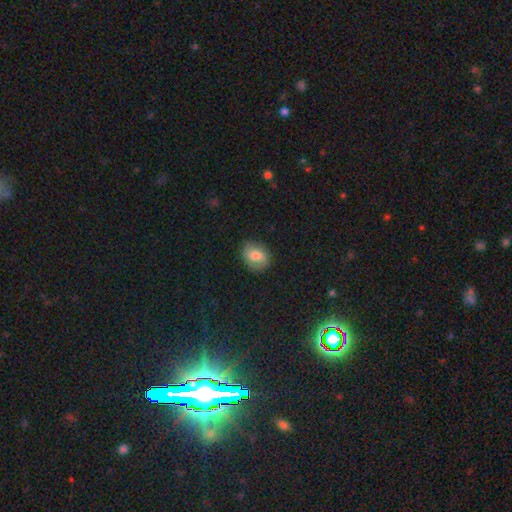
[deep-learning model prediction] A smooth galaxy with no disk features (67%) that is in between round and cigar-shaped (53%). Merging: none (81%).